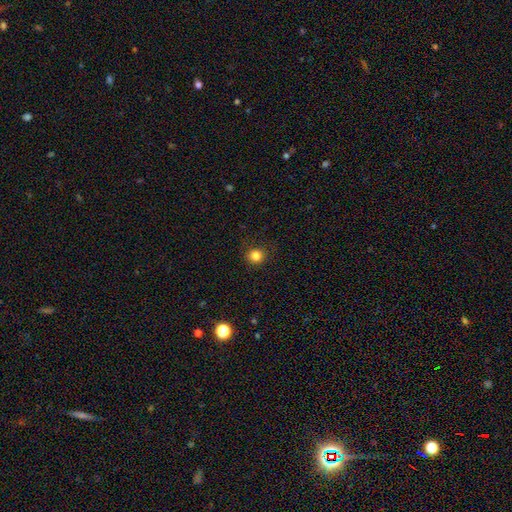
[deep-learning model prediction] Smooth or featured? smooth (83%)
How rounded? round (92%)
Merging? none (89%)